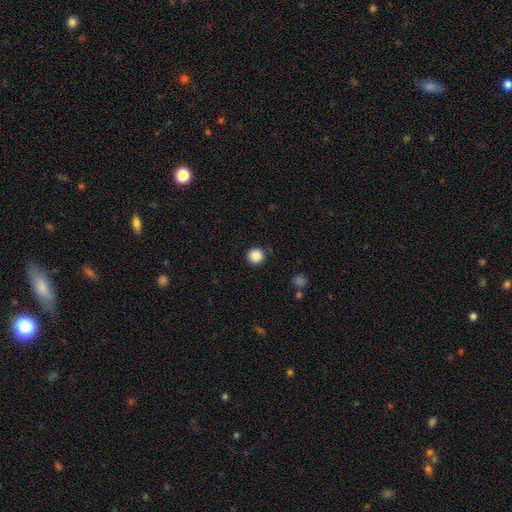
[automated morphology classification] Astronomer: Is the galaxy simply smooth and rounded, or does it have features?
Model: smooth — 87%.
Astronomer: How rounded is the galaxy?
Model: round — 95%.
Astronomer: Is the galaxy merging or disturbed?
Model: none — 90%.